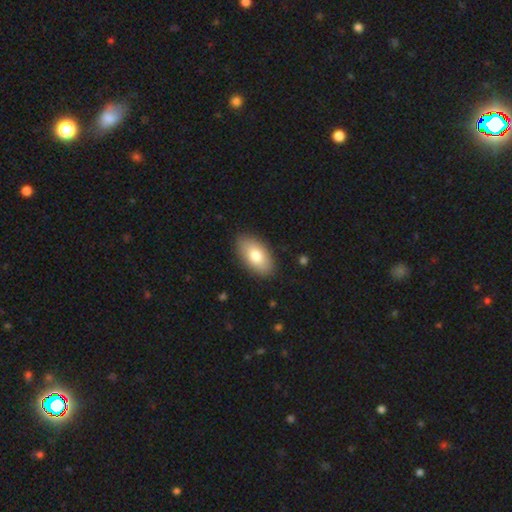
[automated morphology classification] The model was most divided on "smooth or featured": smooth: 79%, featured or disk: 15%, star or artifact: 6%. More confident: how rounded — in between (94%); merging — none (88%).